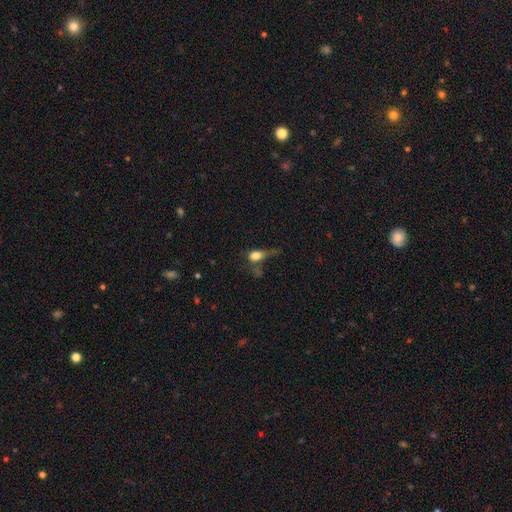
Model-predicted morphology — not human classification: Smooth or featured?
  - smooth: 70% *
  - featured or disk: 17%
  - star or artifact: 13%
How rounded?
  - in between: 62% *
  - round: 29%
  - cigar-shaped: 9%
Merging?
  - major disturbance: 41% *
  - none: 26%
  - minor disturbance: 21%
  - merger: 12%